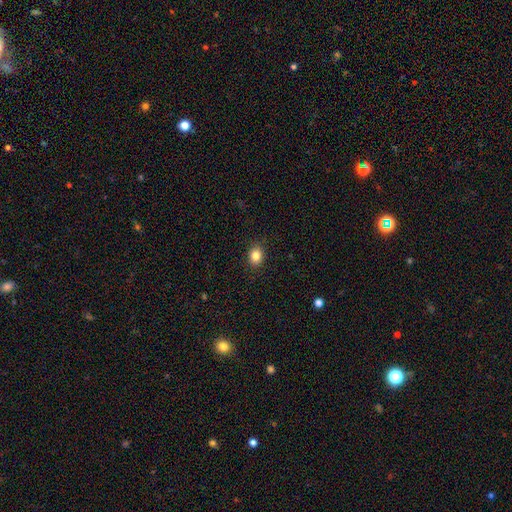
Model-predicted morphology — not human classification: This appears to be a smooth galaxy with no disk features (84%) that is round (51%). Merging: none (89%).